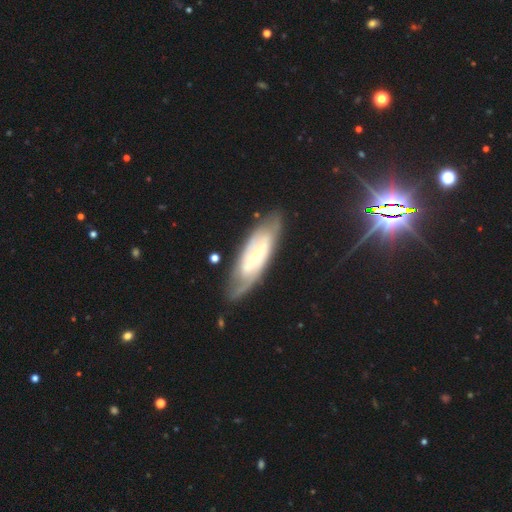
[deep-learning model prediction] Smooth or featured? Predicted: featured or disk (p=0.77). Edge-on disk? Predicted: no (p=0.86). Bar? Predicted: no (p=0.46). Spiral arms? Predicted: yes (p=0.87). Spiral winding? Predicted: tight (p=0.58). Spiral arm count? Predicted: 2 (p=0.45). Bulge size? Predicted: small (p=0.60). Merging? Predicted: none (p=0.76).